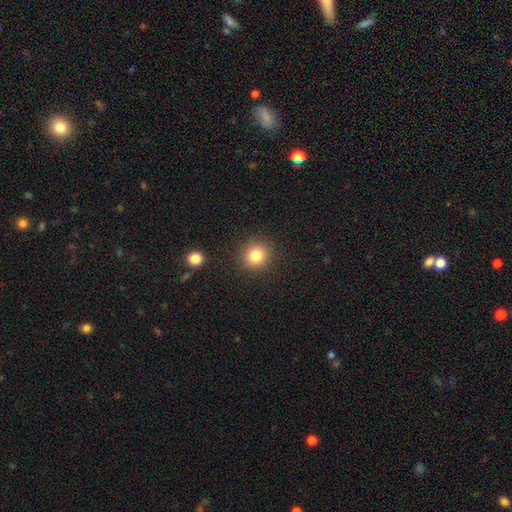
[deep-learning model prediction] This appears to be a smooth galaxy with no disk features (81%) that is round (92%). Merging: none (90%).